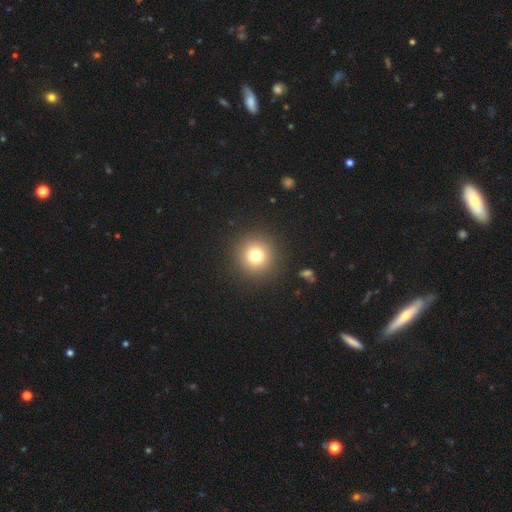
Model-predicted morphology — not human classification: This is likely a smooth galaxy (78%). How rounded: clearly round (95%). Merging: clearly none (91%).